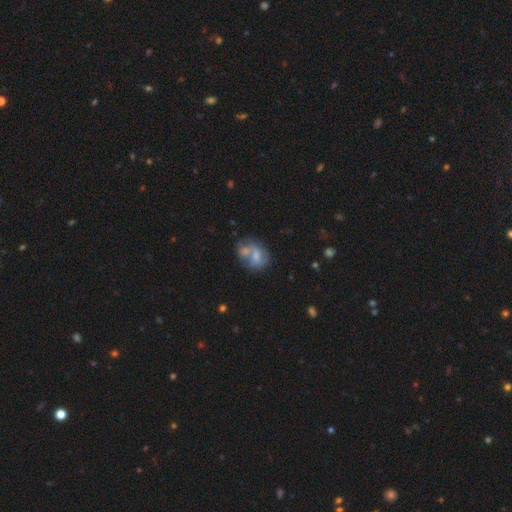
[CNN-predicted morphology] Smooth or featured?
  - smooth: 54% *
  - featured or disk: 37%
  - star or artifact: 9%
How rounded?
  - in between: 57% *
  - round: 42%
  - cigar-shaped: 1%
Merging?
  - merger: 52% *
  - none: 26%
  - minor disturbance: 14%
  - major disturbance: 9%